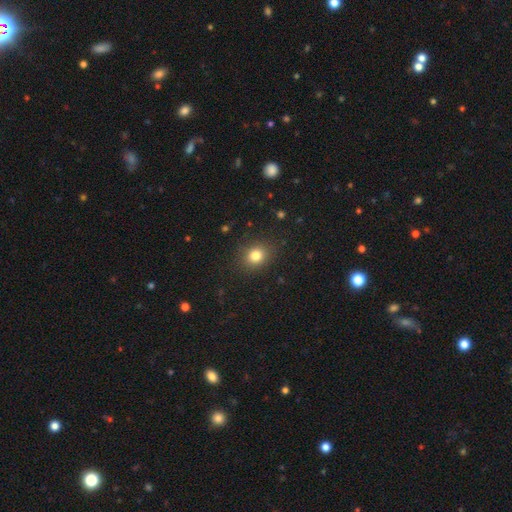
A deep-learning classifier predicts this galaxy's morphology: smooth 81%, star or artifact 13%, featured or disk 7%. Down the decision tree: how rounded — round (70%); merging — none (87%).